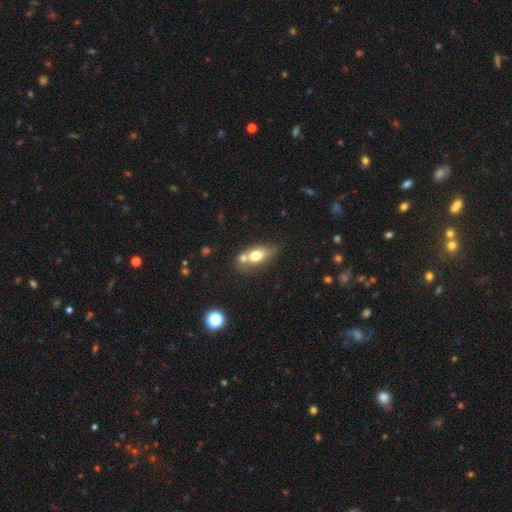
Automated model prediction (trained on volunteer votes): A smooth galaxy with no disk features (66%) that is in between round and cigar-shaped (71%). Merging: merger (41%).